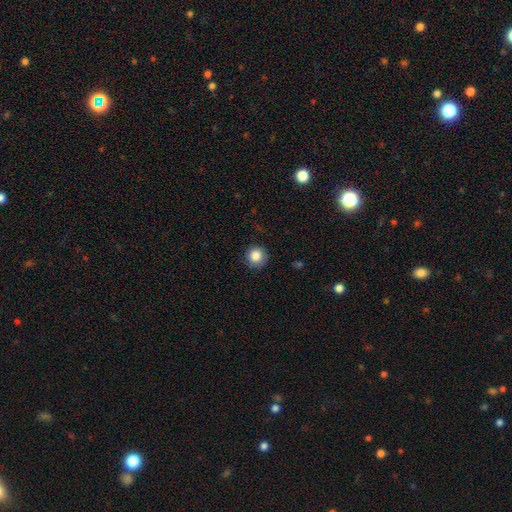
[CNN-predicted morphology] smooth_or_featured: smooth (p=0.85) [alt: star or artifact p=0.10]
how_rounded: round (p=0.95) [alt: in between p=0.04]
merging: none (p=0.87) [alt: minor disturbance p=0.10]